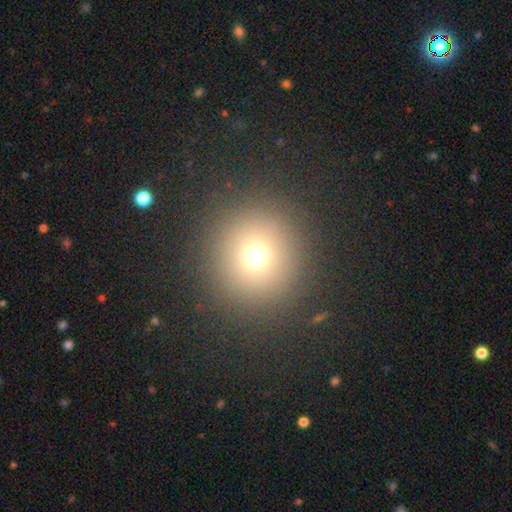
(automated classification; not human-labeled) smooth-or-featured: smooth: 70% | star or artifact: 21% | featured or disk: 9%
  how-rounded: round: 94% | in between: 5% | cigar-shaped: 1%
  merging: none: 90% | minor disturbance: 5% | major disturbance: 3% | merger: 1%